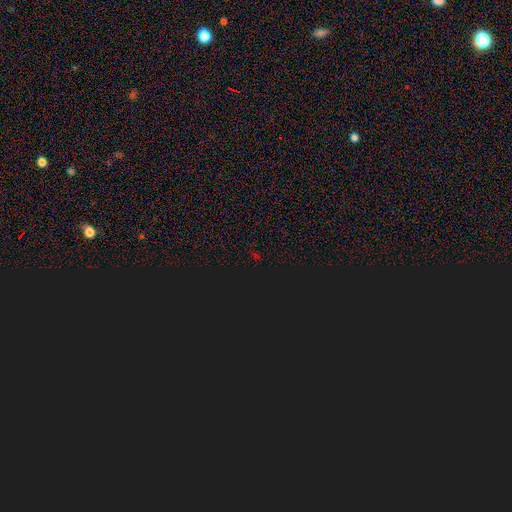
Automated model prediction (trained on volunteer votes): Smooth or featured? star or artifact (78%)